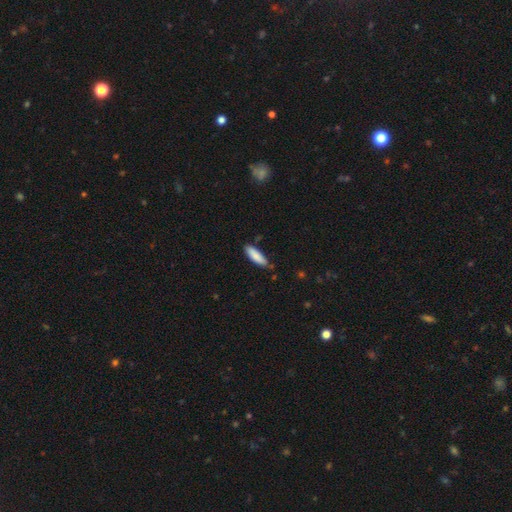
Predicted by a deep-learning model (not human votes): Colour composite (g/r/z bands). It shows a smooth galaxy with no disk features (86%) that is cigar-shaped (52%). Merging: none (78%).